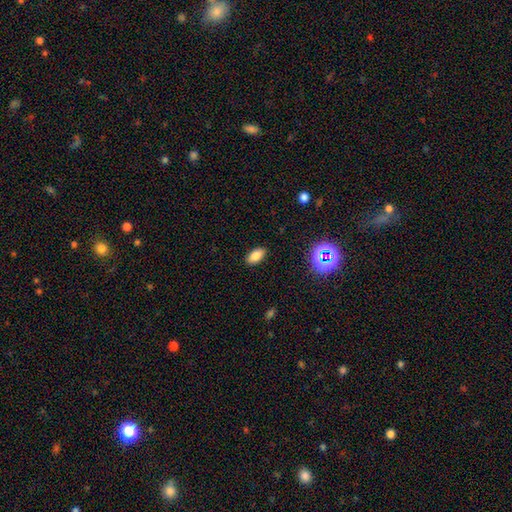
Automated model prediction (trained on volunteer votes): smooth_or_featured: smooth (p=0.81) [alt: star or artifact p=0.12]
how_rounded: in between (p=0.89) [alt: cigar-shaped p=0.06]
merging: none (p=0.88) [alt: minor disturbance p=0.08]